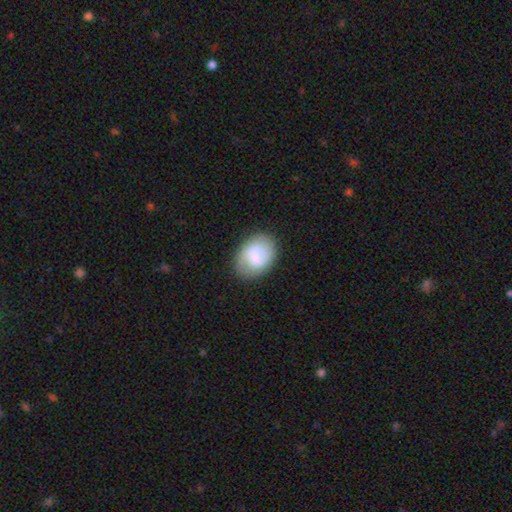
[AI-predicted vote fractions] Smooth or featured? Predicted: smooth (p=0.72). How rounded? Predicted: in between (p=0.72). Merging? Predicted: none (p=0.76).